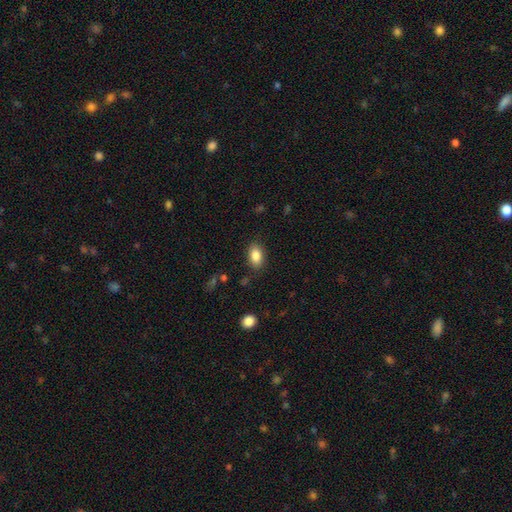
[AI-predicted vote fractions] Smooth or featured: smooth — 86% (star or artifact — 8%)
How rounded: in between — 89% (round — 9%)
Merging: none — 85% (minor disturbance — 11%)